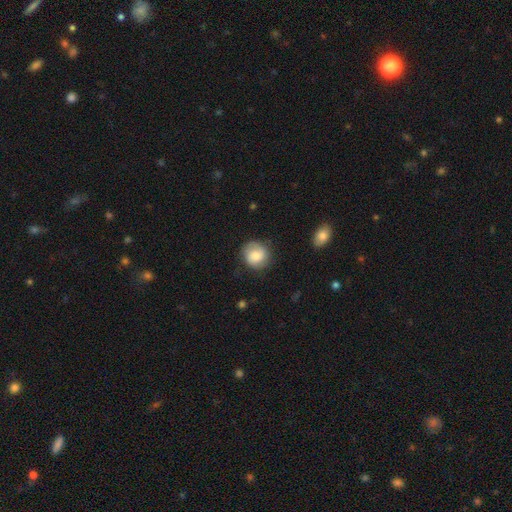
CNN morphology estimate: A smooth galaxy with no disk features (75%) that is round (86%). Merging: none (76%).